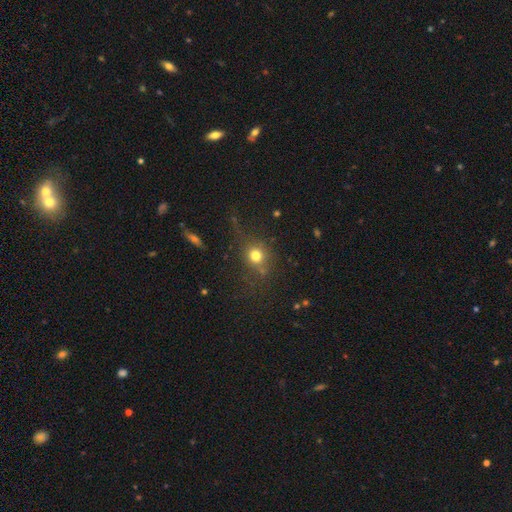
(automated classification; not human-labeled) This is likely a smooth galaxy (74%). How rounded: clearly round (81%). Merging: likely none (70%).